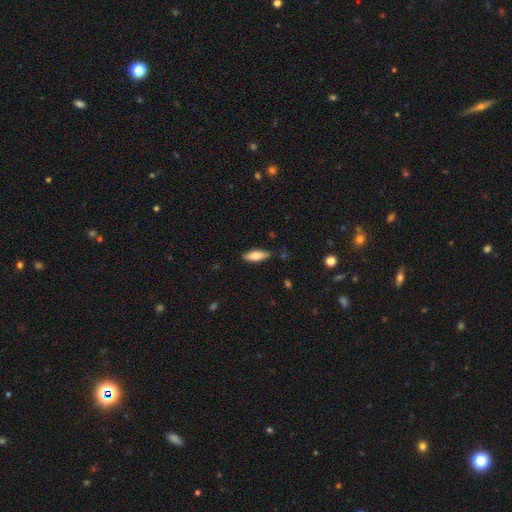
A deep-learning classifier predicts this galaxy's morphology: smooth_or_featured: smooth (p=0.74) [alt: featured or disk p=0.20]
how_rounded: in between (p=0.63) [alt: cigar-shaped p=0.35]
merging: none (p=0.83) [alt: minor disturbance p=0.13]